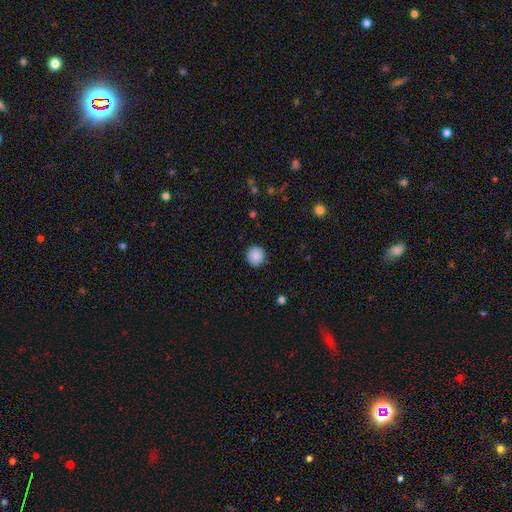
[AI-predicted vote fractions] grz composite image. It shows a smooth galaxy with no disk features (88%) that is round (93%). Merging: none (89%).